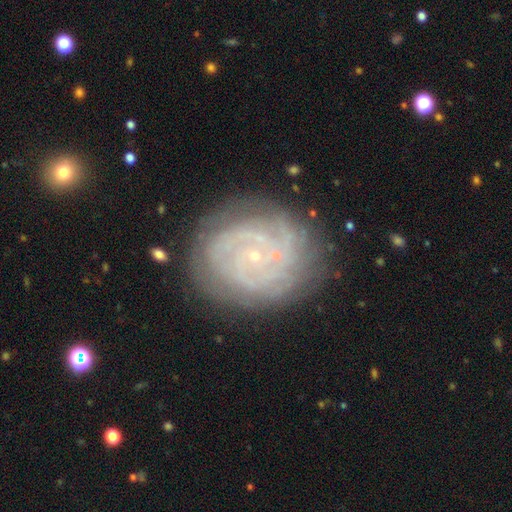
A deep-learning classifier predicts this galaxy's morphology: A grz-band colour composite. It shows a featured or disk galaxy (83%) with no bar (77%), tight (80%) spiral arms (95%) and a small central bulge (89%). Merging: none (81%).